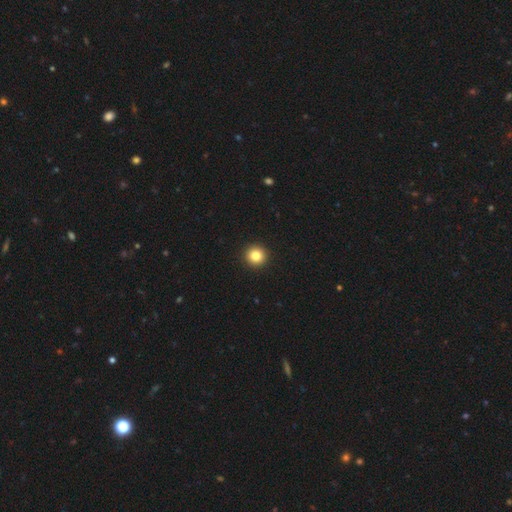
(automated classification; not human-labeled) Overall: smooth (84%). How rounded: round (95%). Merging: none (94%).